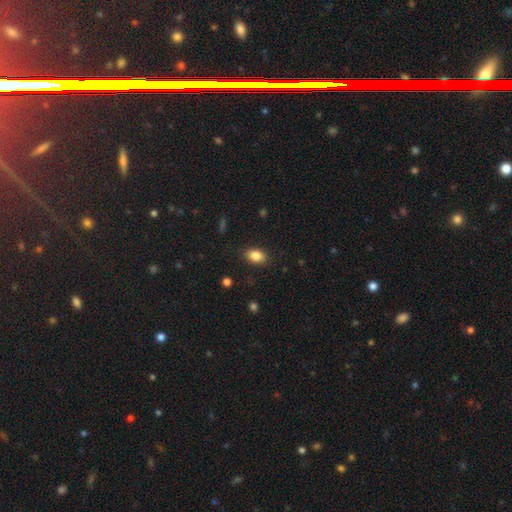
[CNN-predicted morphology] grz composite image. It shows a smooth galaxy with no disk features (86%) that is in between round and cigar-shaped (84%). Merging: none (85%).